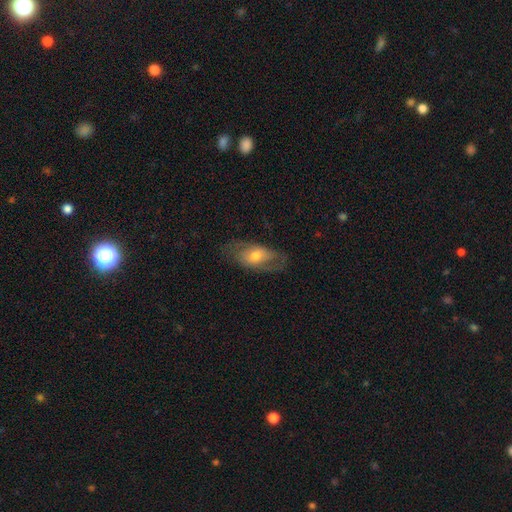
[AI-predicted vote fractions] Smooth or featured?
  - featured or disk: 52% *
  - smooth: 41%
  - star or artifact: 7%
Edge-on disk?
  - no: 85% *
  - yes: 15%
Merging?
  - none: 69% *
  - minor disturbance: 19%
  - major disturbance: 11%
  - merger: 1%